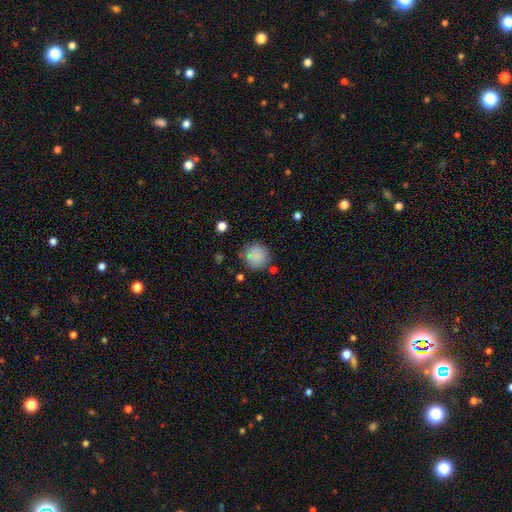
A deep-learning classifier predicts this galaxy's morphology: smooth_or_featured: smooth (p=0.86) [alt: star or artifact p=0.08]
how_rounded: round (p=0.91) [alt: in between p=0.08]
merging: none (p=0.77) [alt: minor disturbance p=0.14]